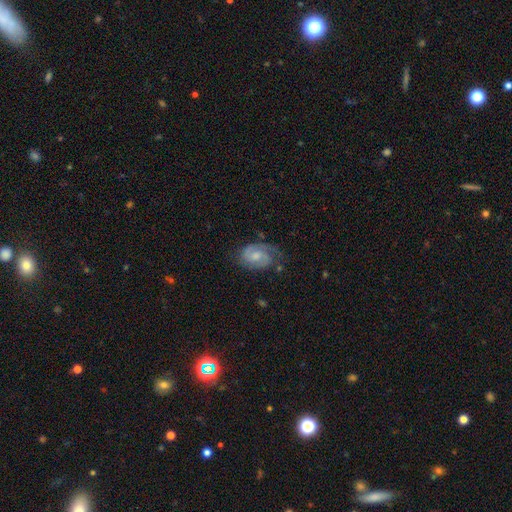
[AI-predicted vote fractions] featured or disk 72%, smooth 21%, star or artifact 7%. Down the decision tree: edge-on disk — no (97%); bar — no (57%); spiral arms — yes (93%); spiral arm count — 2 (69%); spiral winding — tight (45%); bulge size — moderate (46%); merging — none (60%).